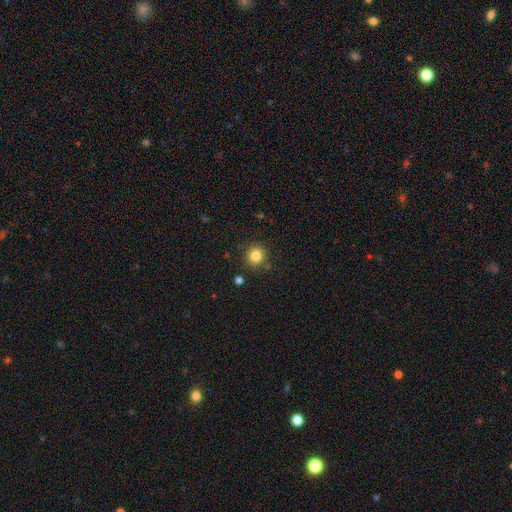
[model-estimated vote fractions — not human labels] This is clearly a smooth galaxy (82%). How rounded: clearly round (91%). Merging: clearly none (88%).